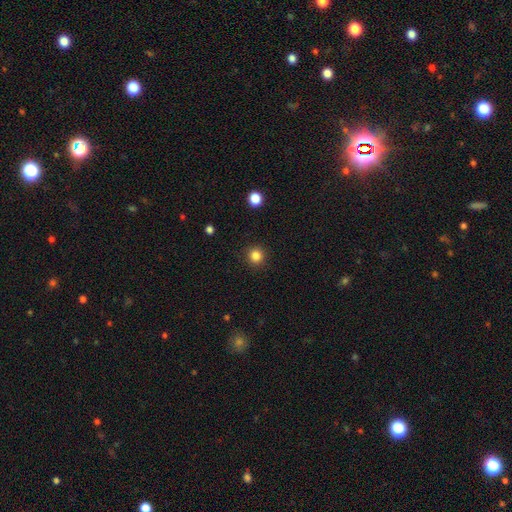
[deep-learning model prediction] This appears to be a smooth galaxy with no disk features (84%) that is round (93%). Merging: none (92%).